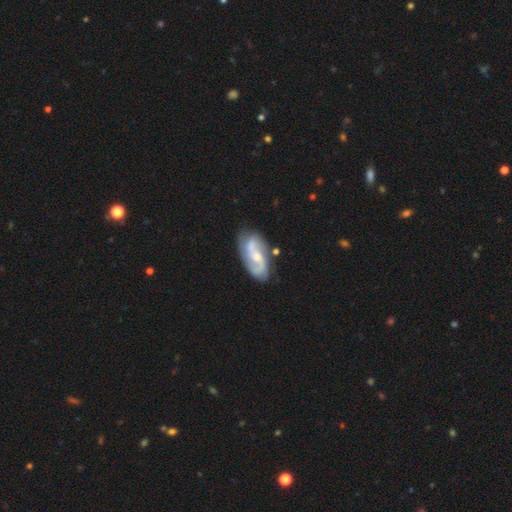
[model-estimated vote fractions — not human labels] smooth-or-featured: featured or disk: 81% | smooth: 14% | star or artifact: 5%
  disk-edge-on: no: 96% | yes: 4%
    bar: weak: 44% (tied) | no: 44% (tied) | strong: 12%
    has-spiral-arms: yes: 94% | no: 6%
      spiral-winding: medium: 46% | loose: 34% | tight: 19%
      spiral-arm-count: 2: 85% | can't tell: 7% | 3: 3% | 1: 2% | 4: 1% | more than 4: 1%
    bulge-size: moderate: 51% | small: 40% | none: 4% | large: 4% | dominant: 1%
  merging: none: 73% | minor disturbance: 17% | major disturbance: 5% | merger: 5%